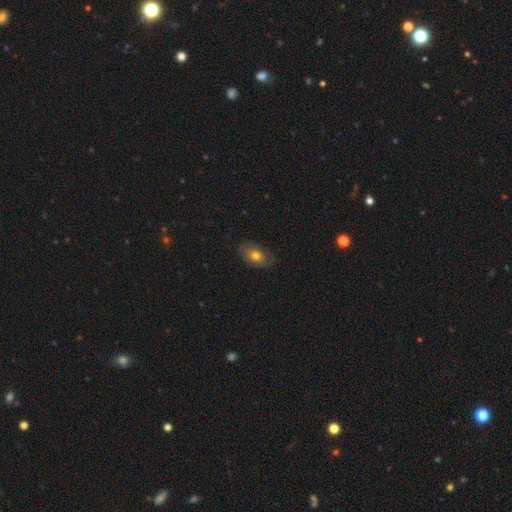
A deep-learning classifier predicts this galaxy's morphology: A smooth galaxy with no disk features (64%) that is in between round and cigar-shaped (86%).

Vote fractions:
- Smooth or featured? smooth: 64% / featured or disk: 27% / star or artifact: 8%
- How rounded? in between: 86% / round: 12% / cigar-shaped: 2%
- Merging? none: 77% / minor disturbance: 18% / major disturbance: 5% / merger: 1%